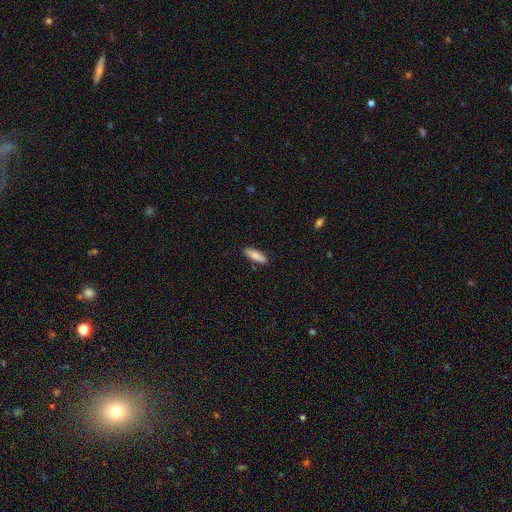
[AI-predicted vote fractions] Overall: smooth (83%). How rounded: cigar-shaped (53%; in between 45%). Merging: none (88%).